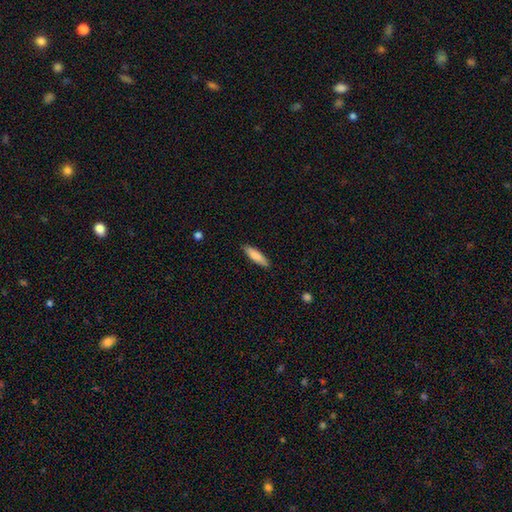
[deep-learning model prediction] The model was most divided on "how rounded": cigar-shaped: 68%, in between: 30%, round: 1%. More confident: merging — none (89%); smooth or featured — smooth (82%).